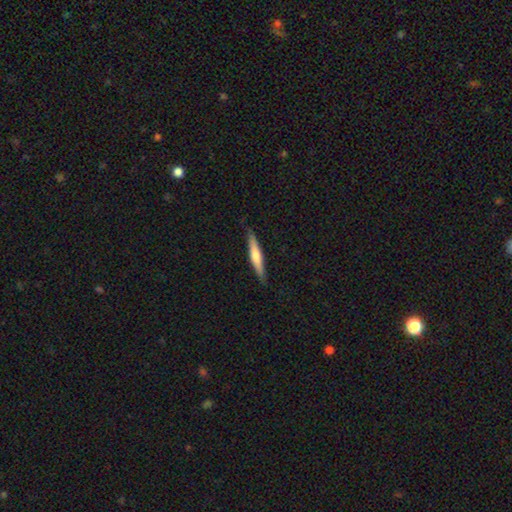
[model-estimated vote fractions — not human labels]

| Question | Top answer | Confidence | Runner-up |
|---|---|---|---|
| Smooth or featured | smooth | 53% | featured or disk (42%) |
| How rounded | cigar-shaped | 92% | in between (7%) |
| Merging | none | 85% | minor disturbance (12%) |